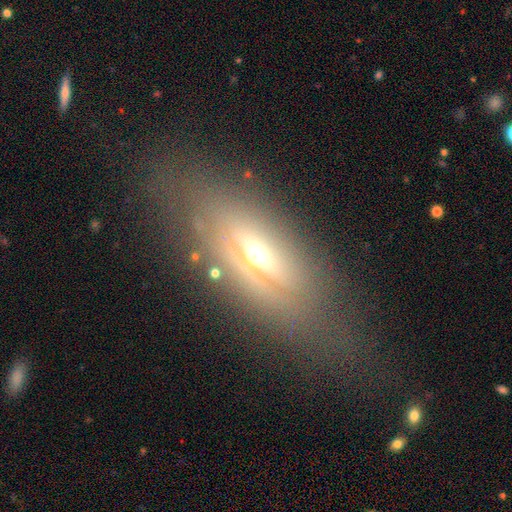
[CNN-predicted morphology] The model was most divided on "smooth or featured": featured or disk: 58%, smooth: 31%, star or artifact: 11%. More confident: edge-on disk — yes (70%); merging — none (63%).